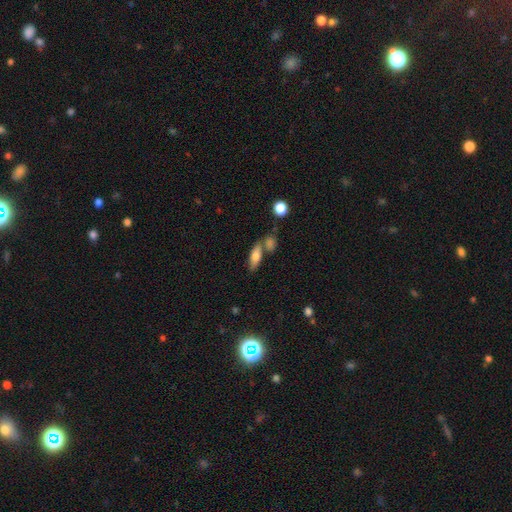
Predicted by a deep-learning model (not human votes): Smooth or featured: smooth — 71% (featured or disk — 21%)
How rounded: in between — 65% (cigar-shaped — 30%)
Merging: none — 59% (merger — 24%)